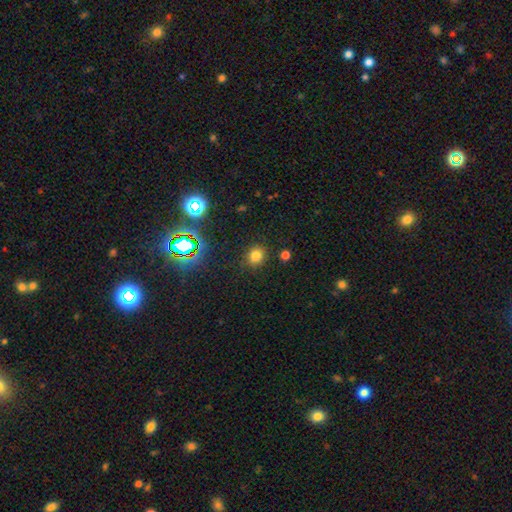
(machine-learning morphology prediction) Overall: smooth (75%). How rounded: round (79%). Merging: none (85%).